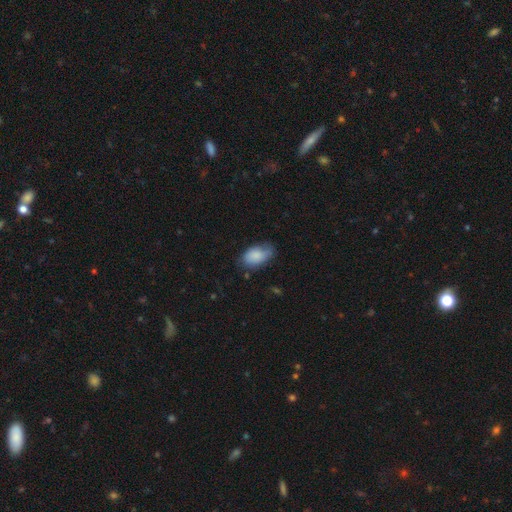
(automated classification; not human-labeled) A smooth galaxy with no disk features (83%) that is in between round and cigar-shaped (93%).

Vote fractions:
- Smooth or featured? smooth: 83% / featured or disk: 10% / star or artifact: 7%
- How rounded? in between: 93% / round: 5% / cigar-shaped: 2%
- Merging? none: 57% / minor disturbance: 32% / major disturbance: 8% / merger: 2%